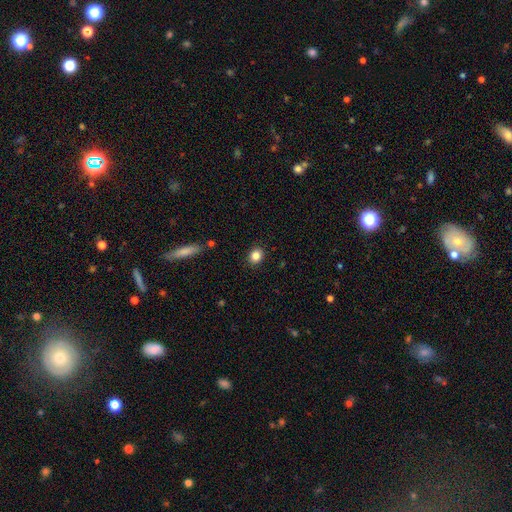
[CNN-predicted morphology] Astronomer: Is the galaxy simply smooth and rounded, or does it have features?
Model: smooth — 84%.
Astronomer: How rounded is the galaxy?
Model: round — 69%.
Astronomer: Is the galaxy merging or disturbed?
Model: none — 88%.